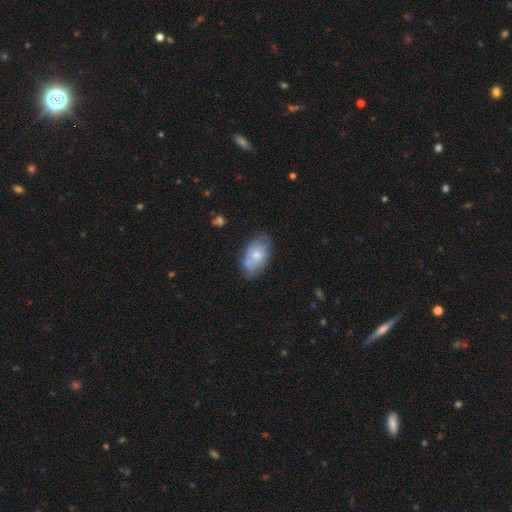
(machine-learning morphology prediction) Smooth or featured? Predicted: smooth (p=0.61). How rounded? Predicted: in between (p=0.91). Merging? Predicted: none (p=0.61).